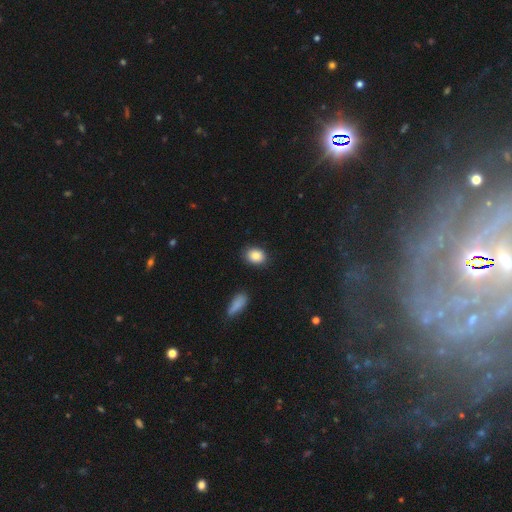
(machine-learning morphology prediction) A smooth galaxy with no disk features (86%) that is in between round and cigar-shaped (65%). Merging: none (85%).